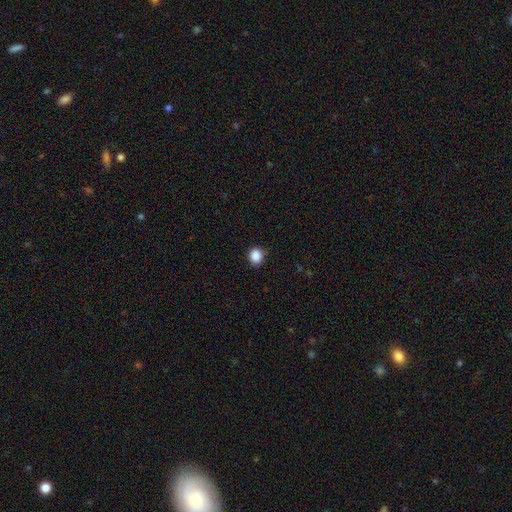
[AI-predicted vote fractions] This appears to be a smooth galaxy with no disk features (88%) that is round (77%). Merging: none (85%).